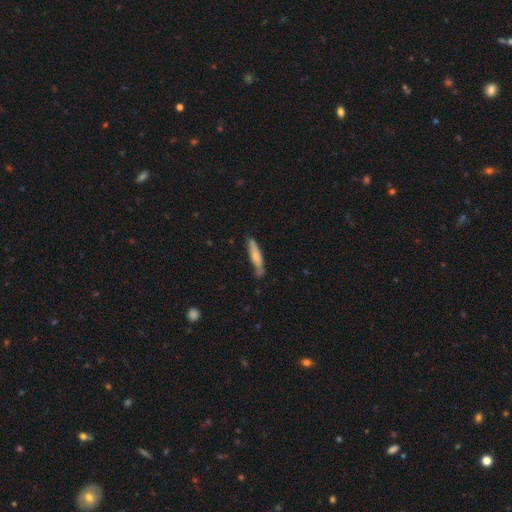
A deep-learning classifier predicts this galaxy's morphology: smooth-or-featured: smooth: 65% | featured or disk: 29% | star or artifact: 6%
  how-rounded: cigar-shaped: 81% | in between: 17% | round: 2%
  merging: none: 68% | minor disturbance: 24% | major disturbance: 5% | merger: 4%